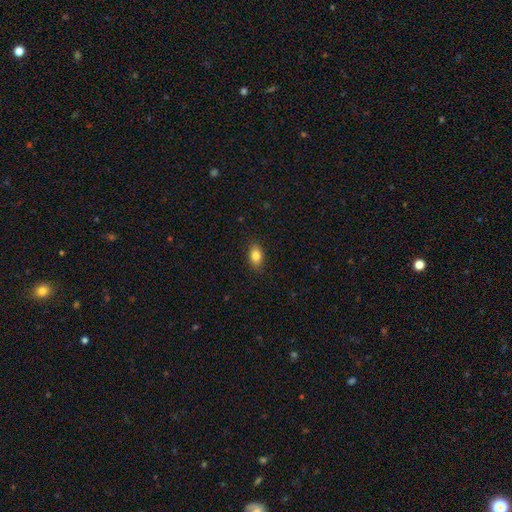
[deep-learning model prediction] Q: Smooth or featured?
A: smooth (84%); runner-up: star or artifact (8%)
Q: How rounded?
A: in between (86%); runner-up: round (10%)
Q: Merging?
A: none (87%); runner-up: minor disturbance (10%)